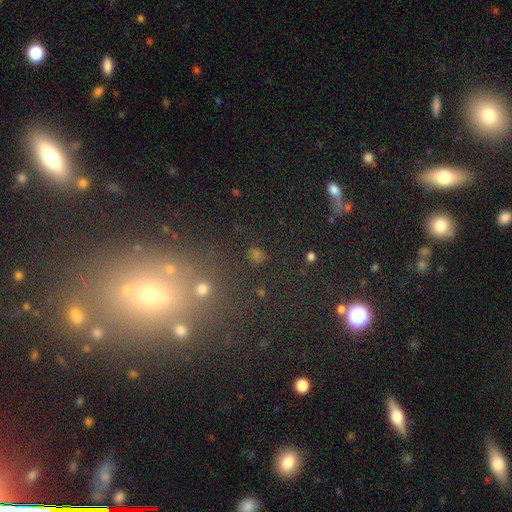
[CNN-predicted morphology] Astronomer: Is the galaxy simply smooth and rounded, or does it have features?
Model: smooth — 53% (runner-up: star or artifact, 36%).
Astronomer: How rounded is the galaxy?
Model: round — 69%.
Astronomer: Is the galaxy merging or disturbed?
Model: none — 78%.